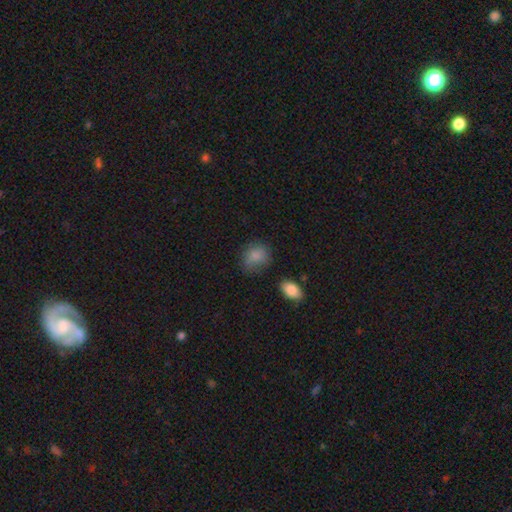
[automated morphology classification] smooth-or-featured: smooth: 82% | star or artifact: 10% | featured or disk: 8%
  how-rounded: round: 59% | in between: 40% | cigar-shaped: 1%
  merging: none: 57% | minor disturbance: 28% | major disturbance: 11% | merger: 4%